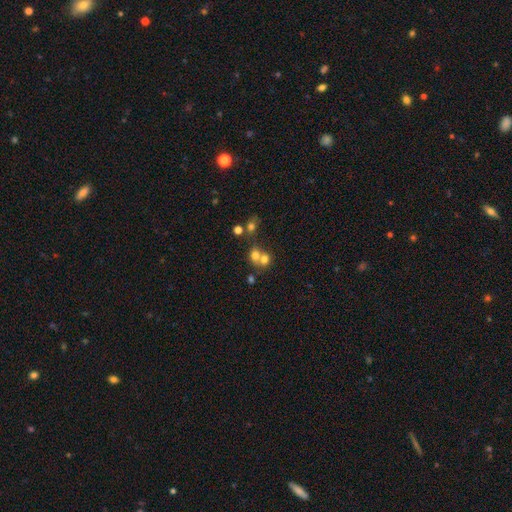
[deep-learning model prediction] Overall: smooth (69%). How rounded: round (71%). Merging: merger (58%; none 32%).